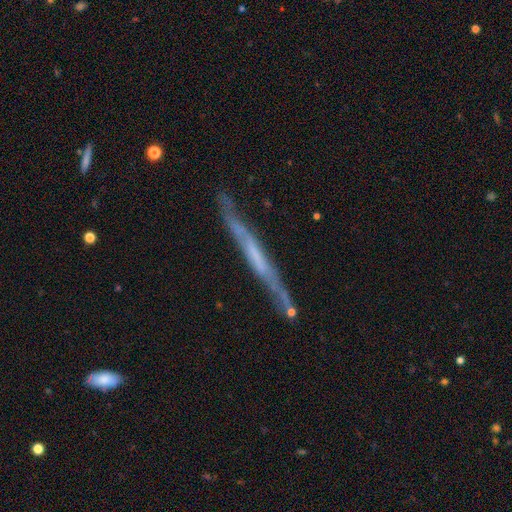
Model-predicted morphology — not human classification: Smooth or featured: featured or disk — 68% (smooth — 25%)
Edge-on disk: yes — 90% (no — 10%)
Edge-on bulge: none — 78% (boxy — 12%)
Merging: none — 76% (minor disturbance — 17%)